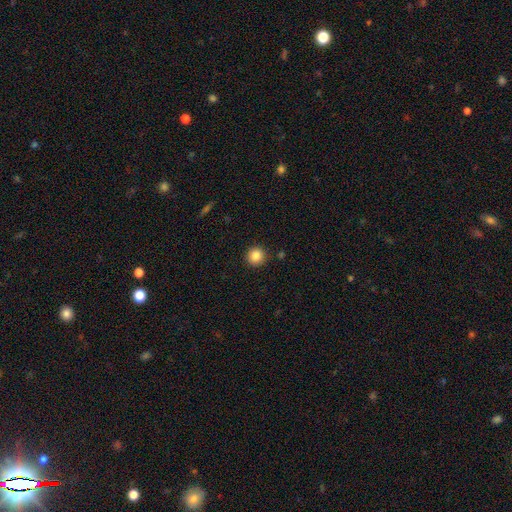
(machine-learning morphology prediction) The model was most divided on "smooth or featured": smooth: 85%, star or artifact: 10%, featured or disk: 5%. More confident: how rounded — round (94%); merging — none (91%).